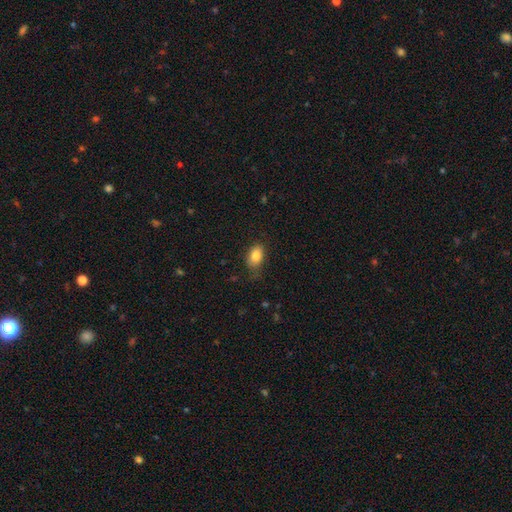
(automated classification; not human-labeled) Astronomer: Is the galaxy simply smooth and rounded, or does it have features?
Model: smooth — 84%.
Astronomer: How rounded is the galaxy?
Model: in between — 86%.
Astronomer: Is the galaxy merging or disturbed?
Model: none — 74%.